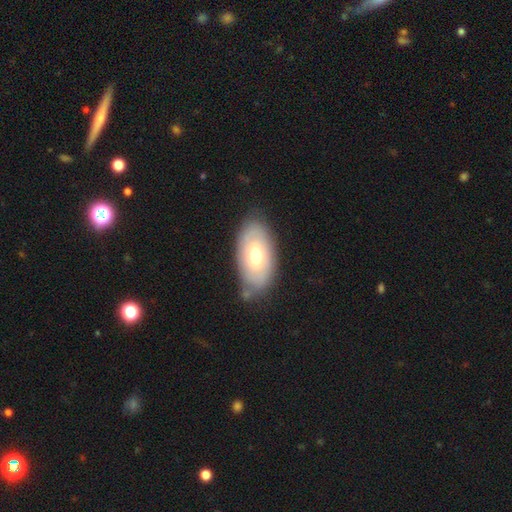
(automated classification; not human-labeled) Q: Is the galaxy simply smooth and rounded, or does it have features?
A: smooth — 59%.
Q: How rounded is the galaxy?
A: in between — 93%.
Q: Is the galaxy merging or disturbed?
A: none — 72%.